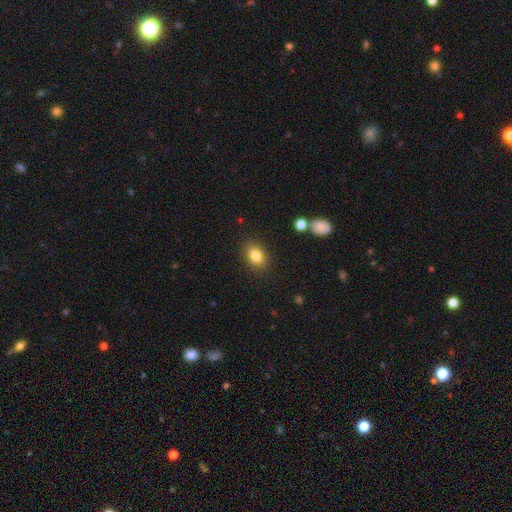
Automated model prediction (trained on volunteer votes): A smooth galaxy with no disk features (83%) that is in between round and cigar-shaped (70%).

Vote fractions:
- Smooth or featured? smooth: 83% / star or artifact: 10% / featured or disk: 7%
- How rounded? in between: 70% / round: 29% / cigar-shaped: 1%
- Merging? none: 86% / minor disturbance: 9% / major disturbance: 3% / merger: 2%